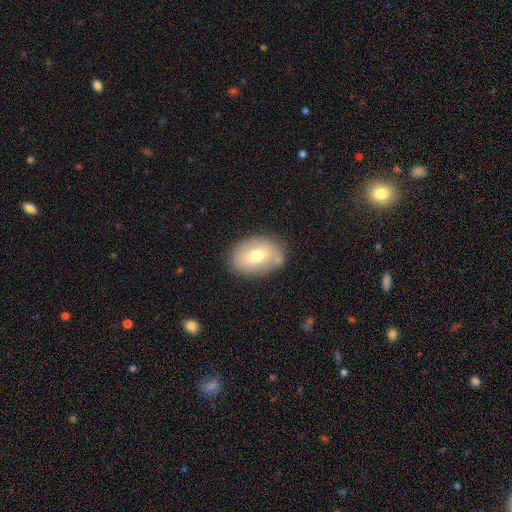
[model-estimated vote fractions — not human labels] Smooth or featured: smooth — 60% (featured or disk — 32%)
How rounded: in between — 79% (round — 20%)
Merging: none — 77% (minor disturbance — 16%)